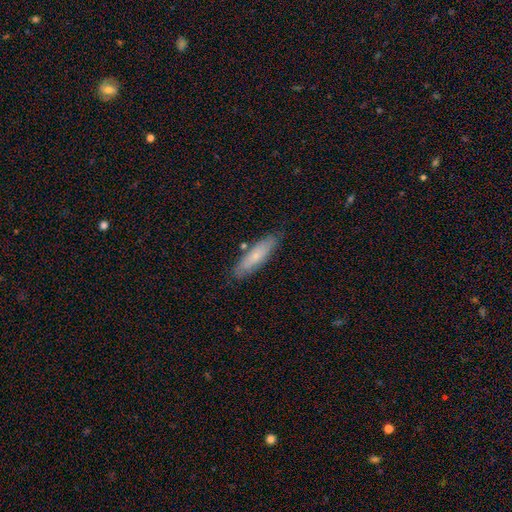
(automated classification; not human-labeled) smooth 69%, featured or disk 26%, star or artifact 6%. Down the decision tree: how rounded — cigar-shaped (65%); merging — none (81%).